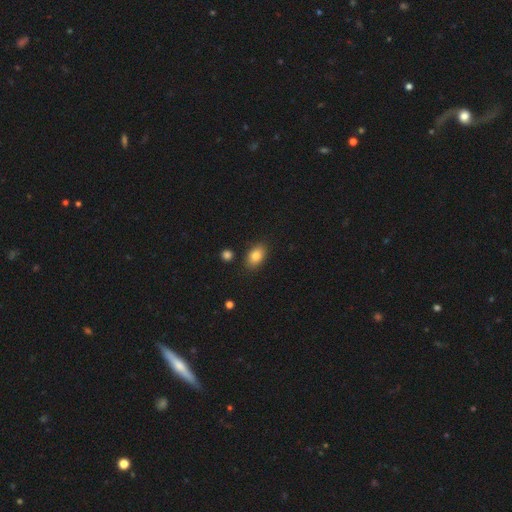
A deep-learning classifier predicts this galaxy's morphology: The model was most divided on "merging": none: 84%, minor disturbance: 11%, merger: 3%, major disturbance: 3%. More confident: how rounded — in between (87%); smooth or featured — smooth (84%).